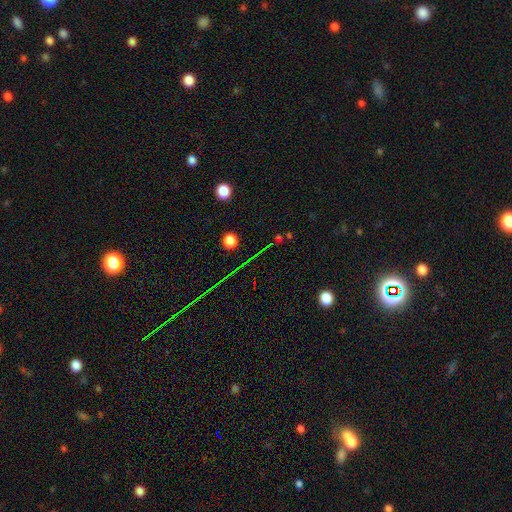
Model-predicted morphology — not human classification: A star or artifact, not a galaxy (70%).